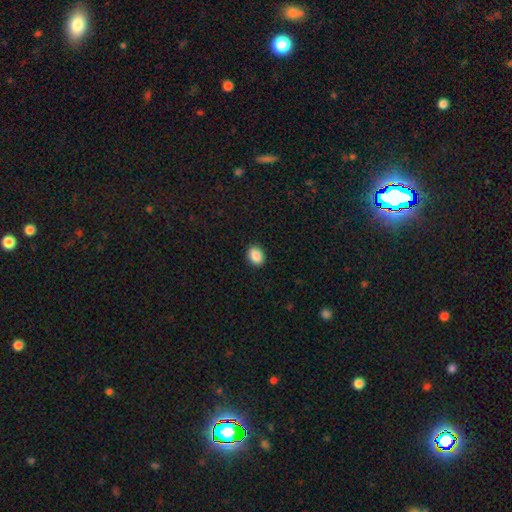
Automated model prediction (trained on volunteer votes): This appears to be a smooth galaxy with no disk features (89%) that is in between round and cigar-shaped (65%). Merging: none (90%).